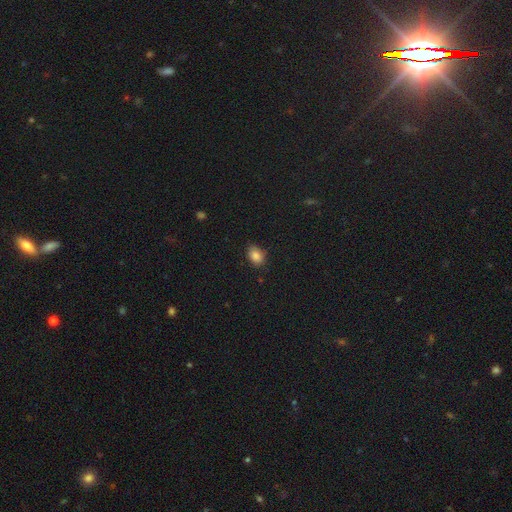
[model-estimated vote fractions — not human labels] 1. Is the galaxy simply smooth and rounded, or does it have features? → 85% smooth, 10% star or artifact, 5% featured or disk.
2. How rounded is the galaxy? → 72% in between, 27% round, 1% cigar-shaped.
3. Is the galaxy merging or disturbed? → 79% none, 17% minor disturbance, 3% major disturbance, 1% merger.